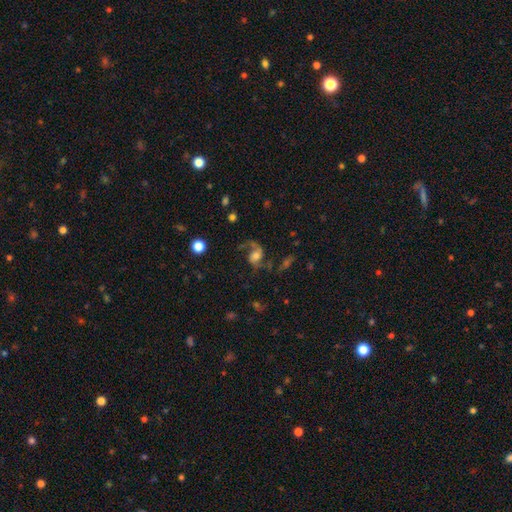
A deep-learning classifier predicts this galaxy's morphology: smooth_or_featured: featured or disk (p=0.74) [alt: smooth p=0.16]
disk_edge_on: no (p=0.97) [alt: yes p=0.03]
bar: no (p=0.54) [alt: weak p=0.36]
has_spiral_arms: yes (p=0.93) [alt: no p=0.07]
spiral_winding: loose (p=0.64) [alt: medium p=0.31]
spiral_arm_count: 2 (p=0.80) [alt: 1 p=0.14]
bulge_size: moderate (p=0.36) [alt: large p=0.31]
merging: none (p=0.54) [alt: major disturbance p=0.25]